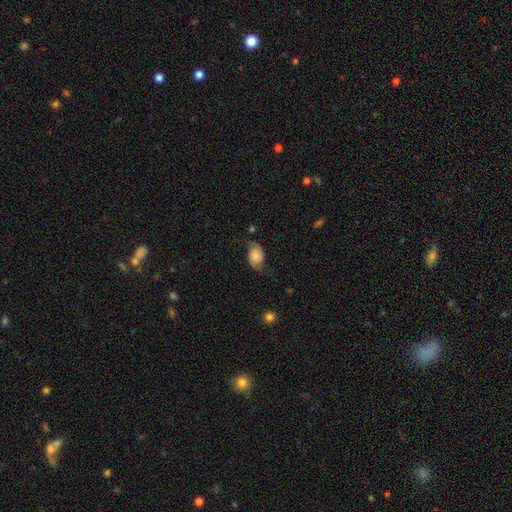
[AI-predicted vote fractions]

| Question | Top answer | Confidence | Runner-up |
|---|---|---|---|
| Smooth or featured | featured or disk | 50% | smooth (41%) |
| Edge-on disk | no | 96% | yes (4%) |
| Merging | none | 59% | minor disturbance (24%) |